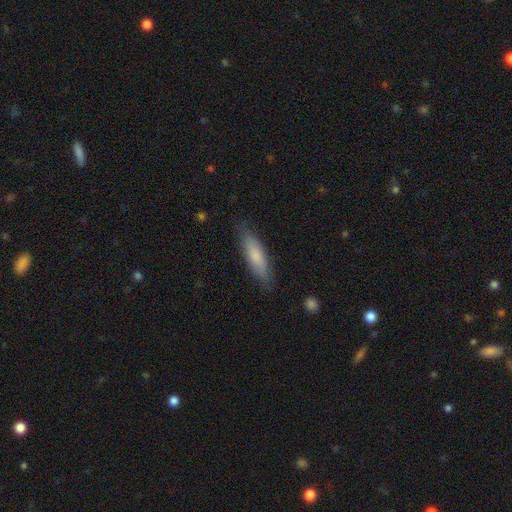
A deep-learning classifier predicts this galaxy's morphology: The model was most divided on "how rounded": cigar-shaped: 63%, in between: 35%, round: 1%. More confident: merging — none (82%); smooth or featured — smooth (78%).